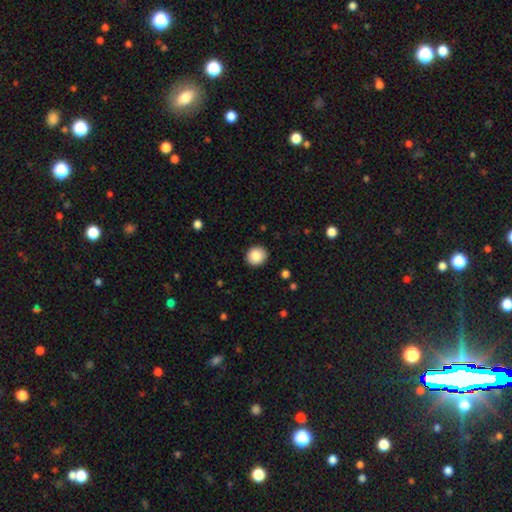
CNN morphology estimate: Smooth or featured: smooth — 86% (star or artifact — 8%)
How rounded: round — 85% (in between — 14%)
Merging: none — 91% (minor disturbance — 6%)